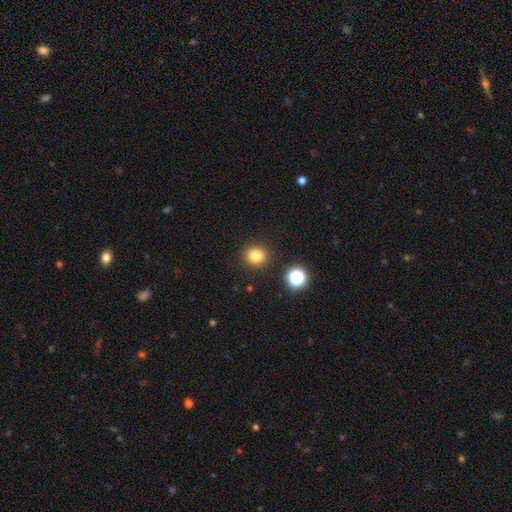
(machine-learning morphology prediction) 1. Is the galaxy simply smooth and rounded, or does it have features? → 81% smooth, 14% star or artifact, 5% featured or disk.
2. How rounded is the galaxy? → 89% round, 10% in between, 1% cigar-shaped.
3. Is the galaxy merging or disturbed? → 89% none, 6% minor disturbance, 2% major disturbance, 2% merger.